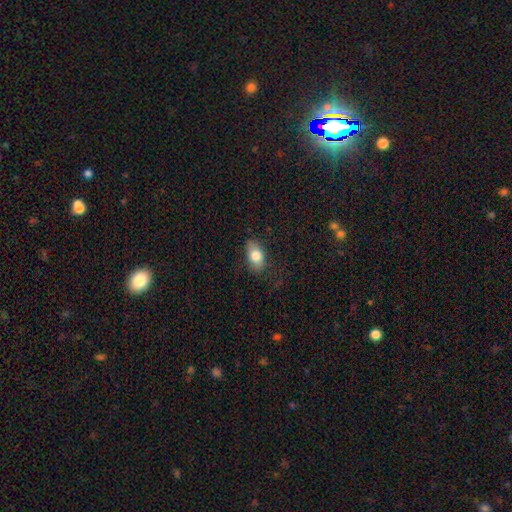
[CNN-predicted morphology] smooth 80%, featured or disk 12%, star or artifact 8%. Down the decision tree: how rounded — in between (88%); merging — none (76%).